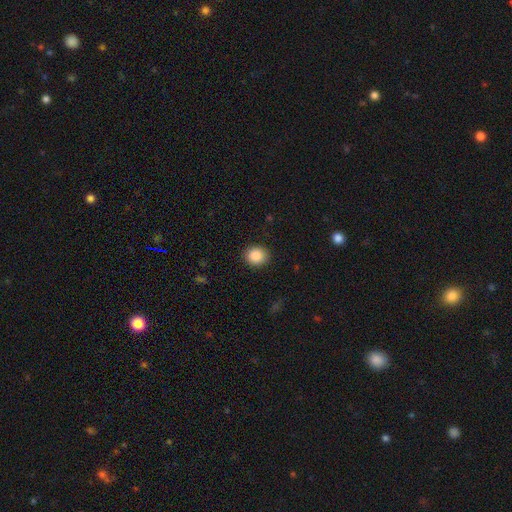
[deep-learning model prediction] smooth 87%, star or artifact 9%, featured or disk 4%. Down the decision tree: how rounded — round (79%); merging — none (90%).